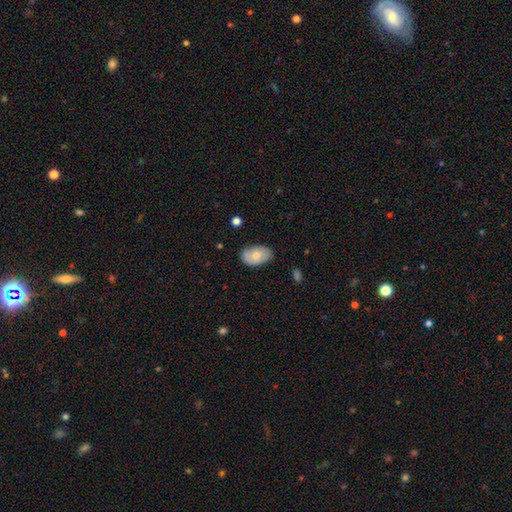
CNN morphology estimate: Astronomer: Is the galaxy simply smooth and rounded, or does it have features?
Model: smooth — 66%.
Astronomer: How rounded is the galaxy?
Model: in between — 90%.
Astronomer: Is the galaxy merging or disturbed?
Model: none — 73%.